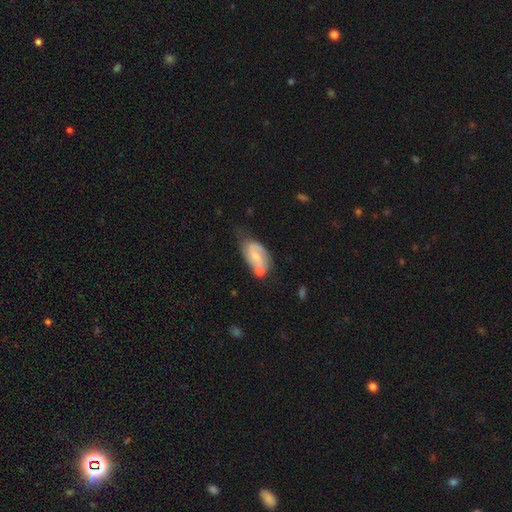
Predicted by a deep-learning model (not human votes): featured or disk 61%, smooth 32%, star or artifact 6%. Down the decision tree: edge-on disk — no (96%); bar — weak (46%); spiral arms — yes (88%); spiral arm count — 2 (76%); spiral winding — medium (47%); bulge size — small (51%); merging — none (41%).